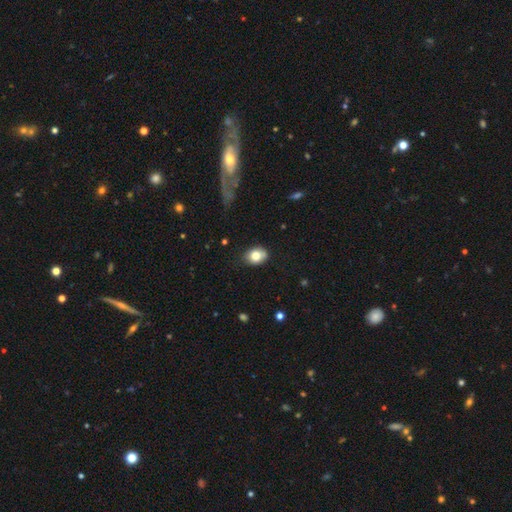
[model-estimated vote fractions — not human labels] smooth_or_featured: smooth (p=0.79) [alt: featured or disk p=0.12]
how_rounded: in between (p=0.64) [alt: round p=0.35]
merging: none (p=0.73) [alt: minor disturbance p=0.21]